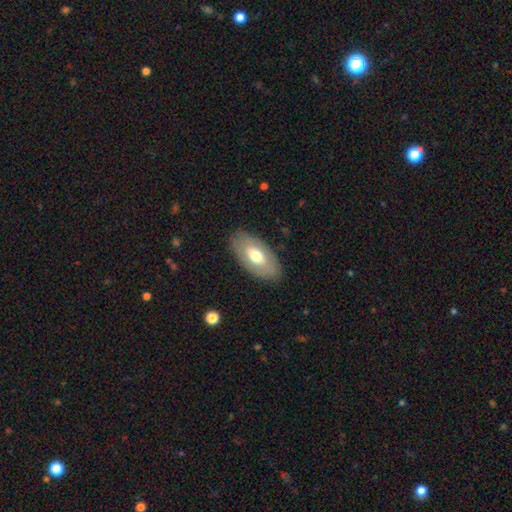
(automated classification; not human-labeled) A smooth galaxy with no disk features (59%) that is in between round and cigar-shaped (94%).

Vote fractions:
- Smooth or featured? smooth: 59% / featured or disk: 35% / star or artifact: 6%
- How rounded? in between: 94% / round: 3% / cigar-shaped: 3%
- Merging? none: 85% / minor disturbance: 11% / major disturbance: 3% / merger: 1%